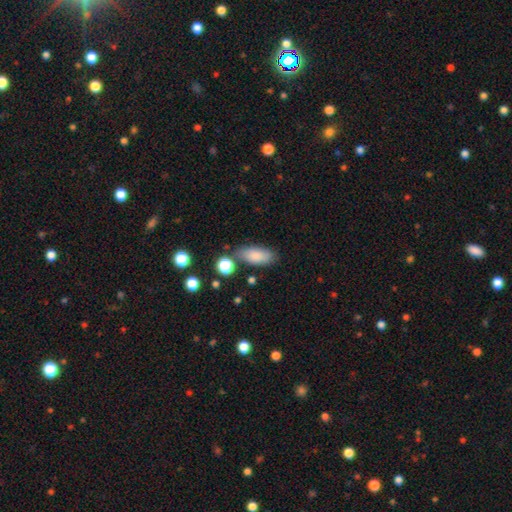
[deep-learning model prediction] smooth_or_featured: smooth (p=0.83) [alt: featured or disk p=0.09]
how_rounded: in between (p=0.85) [alt: cigar-shaped p=0.12]
merging: none (p=0.73) [alt: minor disturbance p=0.16]